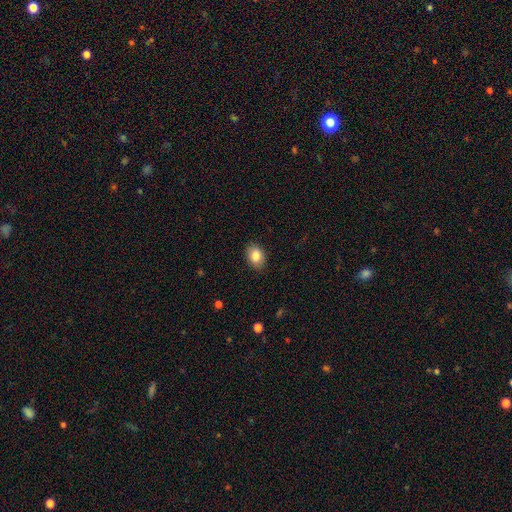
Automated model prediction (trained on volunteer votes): The model was most divided on "how rounded": in between: 76%, round: 22%, cigar-shaped: 1%. More confident: merging — none (87%); smooth or featured — smooth (85%).